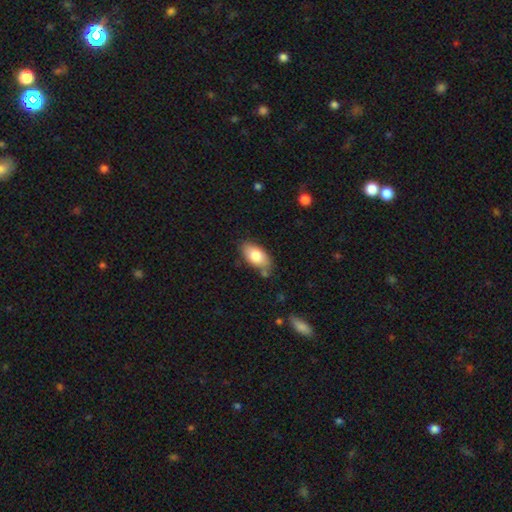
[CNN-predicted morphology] smooth_or_featured: smooth (p=0.81) [alt: featured or disk p=0.13]
how_rounded: in between (p=0.93) [alt: cigar-shaped p=0.04]
merging: none (p=0.75) [alt: minor disturbance p=0.16]